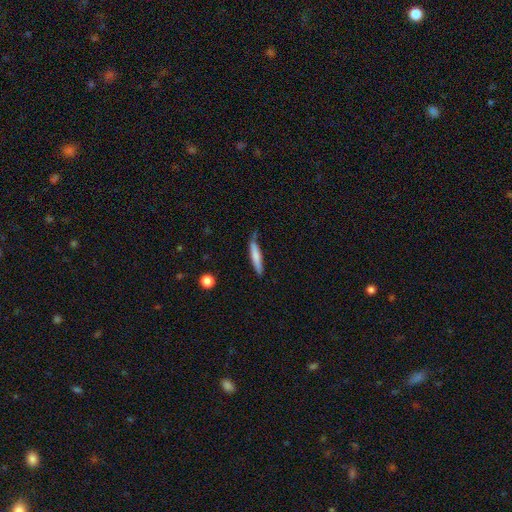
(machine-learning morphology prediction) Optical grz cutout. It shows a smooth galaxy with no disk features (73%) that is cigar-shaped (90%). Merging: none (71%).